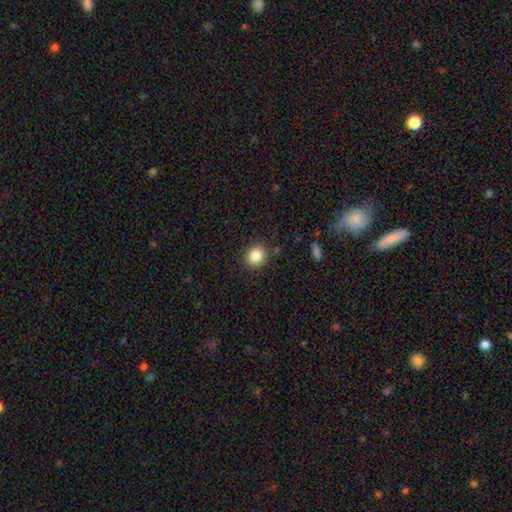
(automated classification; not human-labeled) The model was most divided on "how rounded": round: 75%, in between: 25%, cigar-shaped: 1%. More confident: merging — none (87%); smooth or featured — smooth (86%).